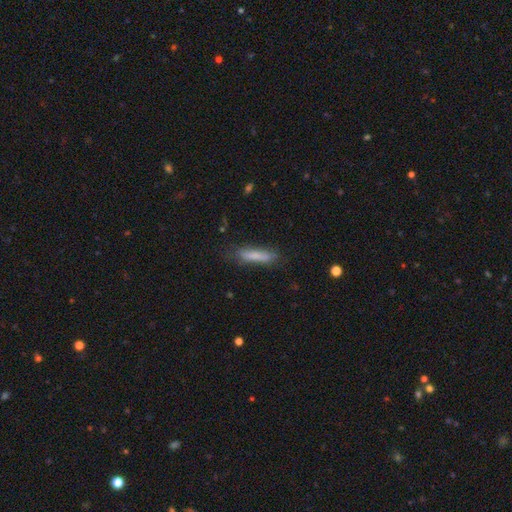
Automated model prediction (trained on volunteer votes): A smooth galaxy with no disk features (76%) that is cigar-shaped (84%). Merging: none (75%).